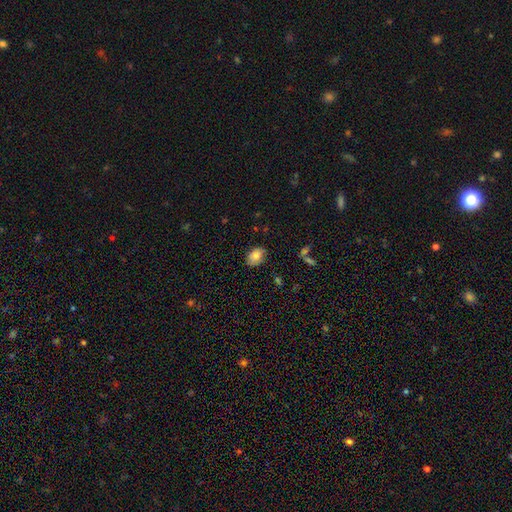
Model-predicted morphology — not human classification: Smooth or featured? smooth (76%)
How rounded? in between (71%)
Merging? none (76%)